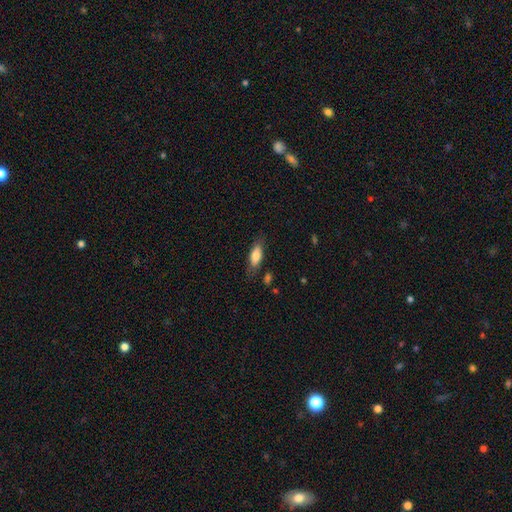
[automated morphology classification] This is likely a smooth galaxy (75%). How rounded: likely in between (74%). Merging: likely none (73%).